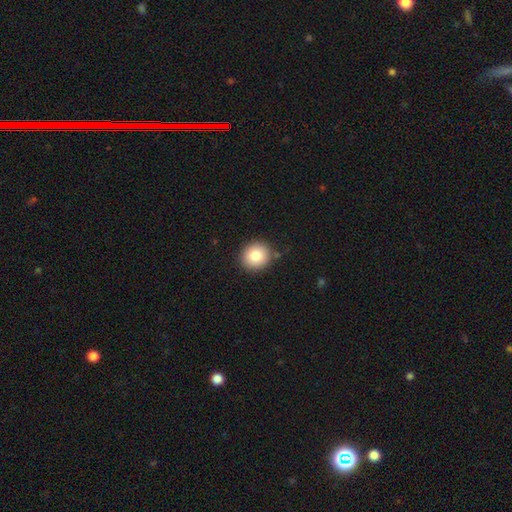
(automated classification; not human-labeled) Smooth or featured: smooth — 81% (featured or disk — 10%)
How rounded: round — 88% (in between — 11%)
Merging: none — 87% (minor disturbance — 9%)